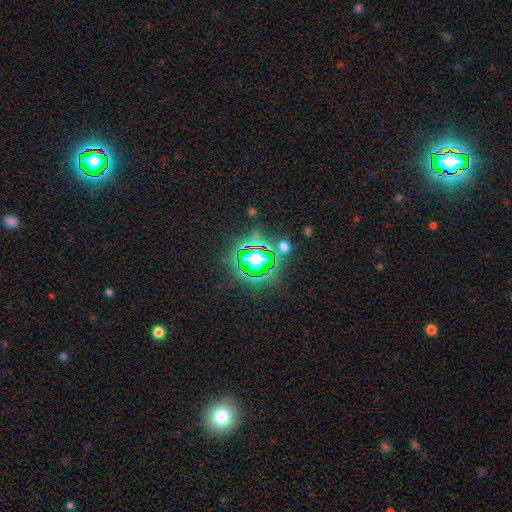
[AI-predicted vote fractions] smooth_or_featured: star or artifact (p=0.80) [alt: smooth p=0.12]